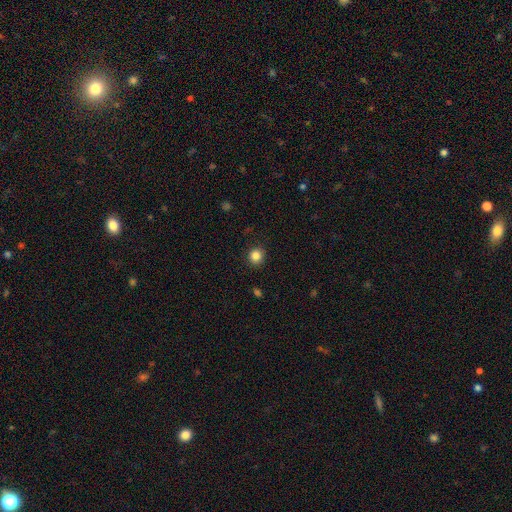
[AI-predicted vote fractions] Q: Smooth or featured?
A: smooth (84%); runner-up: star or artifact (11%)
Q: How rounded?
A: round (89%); runner-up: in between (10%)
Q: Merging?
A: none (90%); runner-up: minor disturbance (7%)